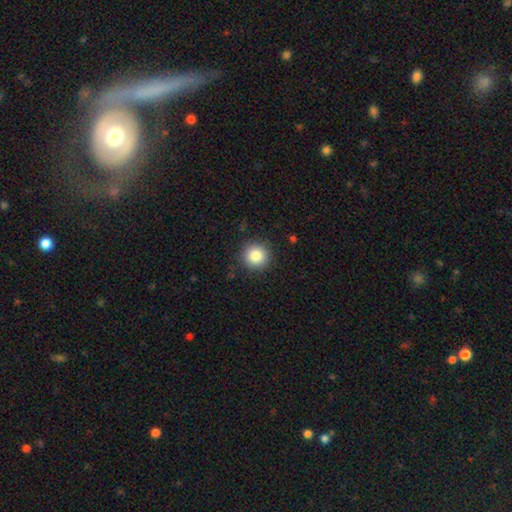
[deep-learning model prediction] The model was most divided on "smooth or featured": smooth: 84%, star or artifact: 10%, featured or disk: 6%. More confident: how rounded — round (94%); merging — none (90%).